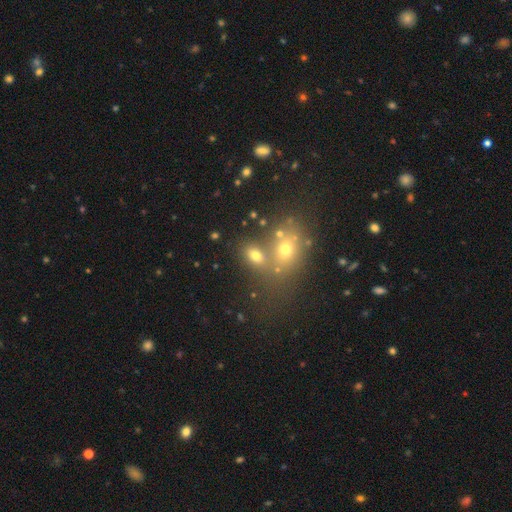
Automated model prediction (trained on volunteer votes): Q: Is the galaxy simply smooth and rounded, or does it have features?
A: smooth — 66%.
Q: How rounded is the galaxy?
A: in between — 73%.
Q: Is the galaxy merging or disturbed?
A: none — 49%.